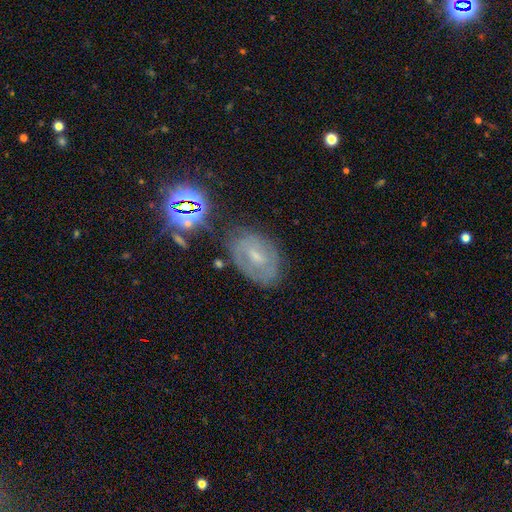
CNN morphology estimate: Smooth or featured: featured or disk — 59% (smooth — 25%)
Edge-on disk: no — 95% (yes — 5%)
Bar: weak — 51% (no — 31%)
Spiral arms: yes — 70% (no — 30%)
Bulge size: small — 49% (moderate — 38%)
Merging: none — 68% (minor disturbance — 20%)